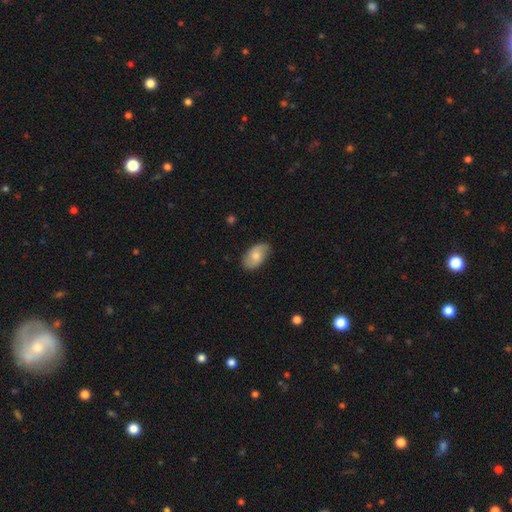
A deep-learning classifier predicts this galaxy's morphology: Smooth or featured? Predicted: smooth (p=0.57). How rounded? Predicted: in between (p=0.92). Merging? Predicted: none (p=0.77).